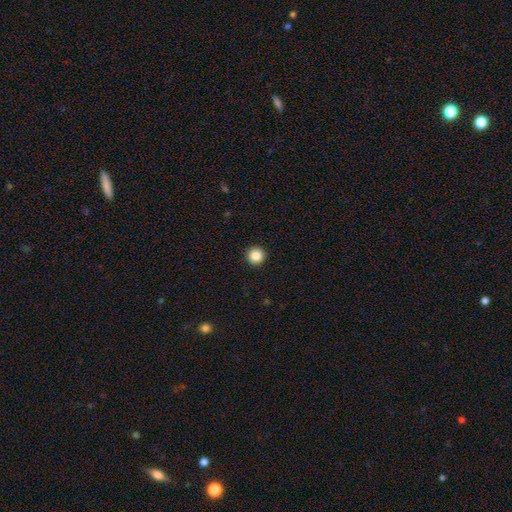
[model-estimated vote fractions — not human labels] Smooth or featured? smooth (86%)
How rounded? round (96%)
Merging? none (93%)